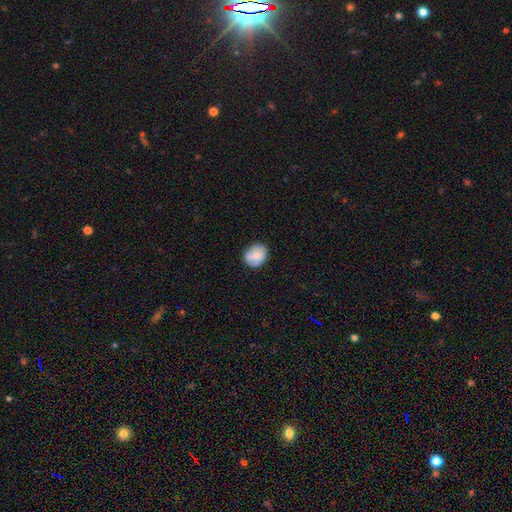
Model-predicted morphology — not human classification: type=smooth (73%); roundness=round (61%); merging=none (76%).